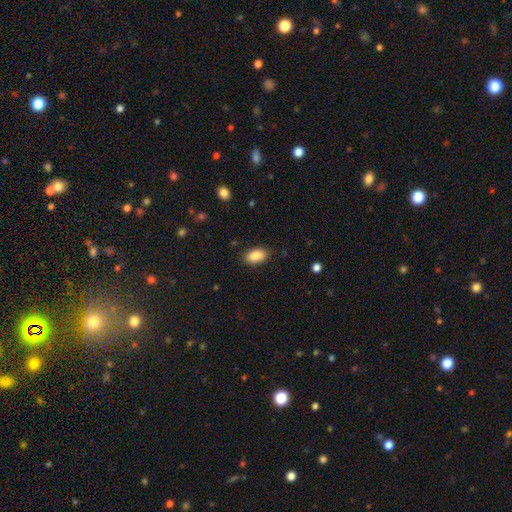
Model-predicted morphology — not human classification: Smooth or featured? smooth (88%)
How rounded? in between (92%)
Merging? none (86%)